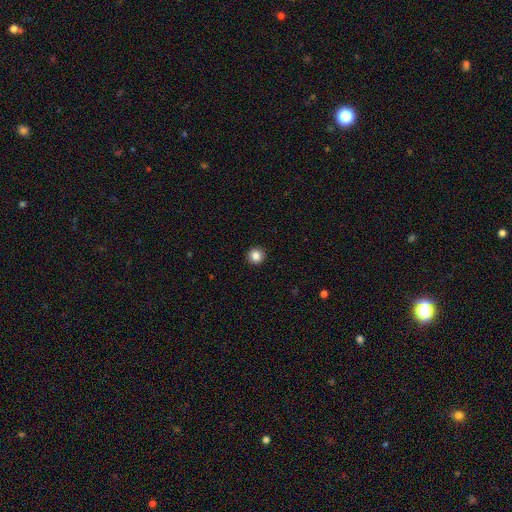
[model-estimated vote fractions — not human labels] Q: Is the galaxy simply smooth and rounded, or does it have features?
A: smooth — 85%.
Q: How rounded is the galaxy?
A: round — 94%.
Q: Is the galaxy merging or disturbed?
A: none — 92%.